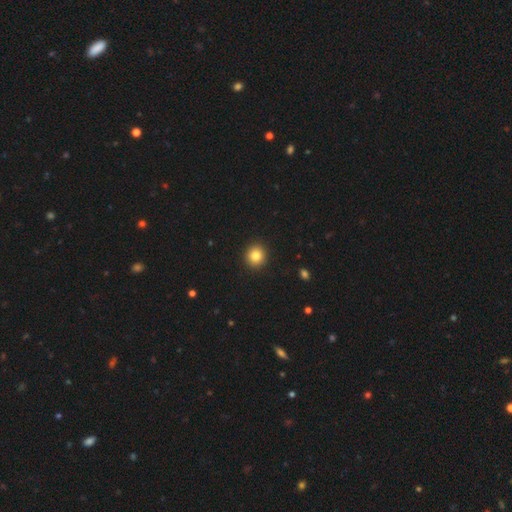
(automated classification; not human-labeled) Smooth or featured? Predicted: smooth (p=0.84). How rounded? Predicted: round (p=0.89). Merging? Predicted: none (p=0.93).